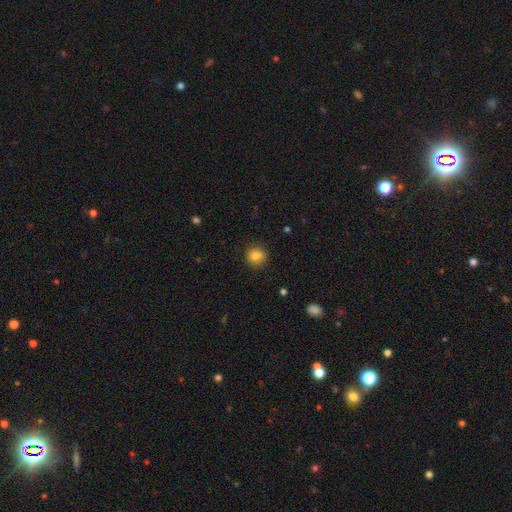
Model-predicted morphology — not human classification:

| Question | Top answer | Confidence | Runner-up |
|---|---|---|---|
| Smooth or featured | smooth | 79% | star or artifact (12%) |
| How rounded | round | 87% | in between (12%) |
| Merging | none | 80% | minor disturbance (13%) |